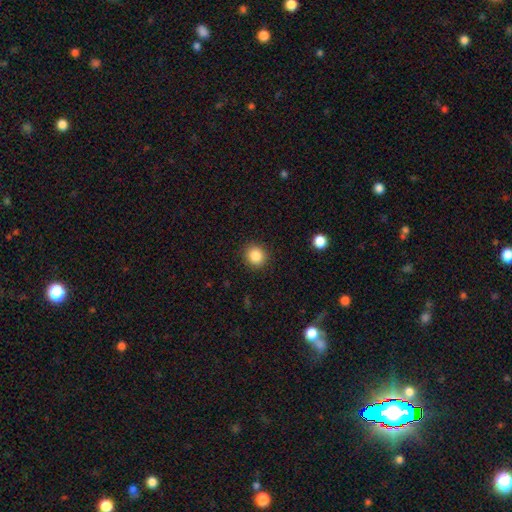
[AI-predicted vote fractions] A smooth galaxy with no disk features (86%) that is round (88%). Merging: none (91%).